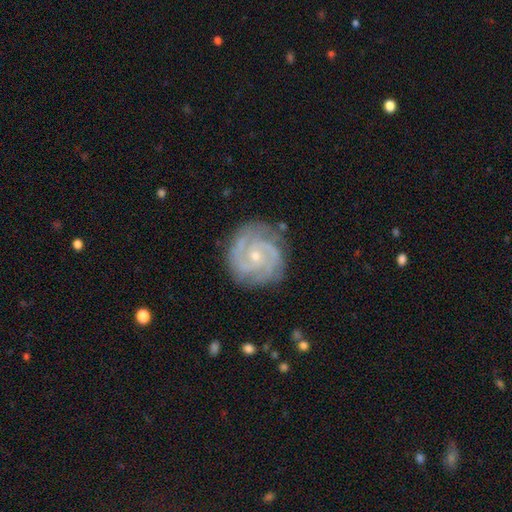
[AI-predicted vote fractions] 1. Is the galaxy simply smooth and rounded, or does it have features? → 89% featured or disk, 6% smooth, 5% star or artifact.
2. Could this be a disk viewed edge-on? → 98% no, 2% yes.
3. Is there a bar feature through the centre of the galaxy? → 69% no, 25% weak, 6% strong.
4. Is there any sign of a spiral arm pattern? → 98% yes, 2% no.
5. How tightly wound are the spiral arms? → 64% tight, 32% medium, 4% loose.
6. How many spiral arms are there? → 45% 2, 29% 3, 11% can't tell, 6% 4, 4% 1, 4% more than 4.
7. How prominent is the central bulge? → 75% small, 22% moderate, 1% none, 1% large, 1% dominant.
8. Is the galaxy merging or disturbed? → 81% none, 14% minor disturbance, 4% major disturbance, 1% merger.